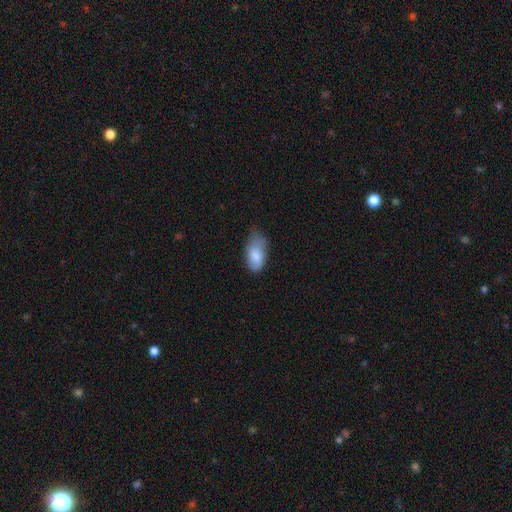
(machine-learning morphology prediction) This appears to be a smooth galaxy with no disk features (80%) that is in between round and cigar-shaped (93%). Merging: minor disturbance (45%).